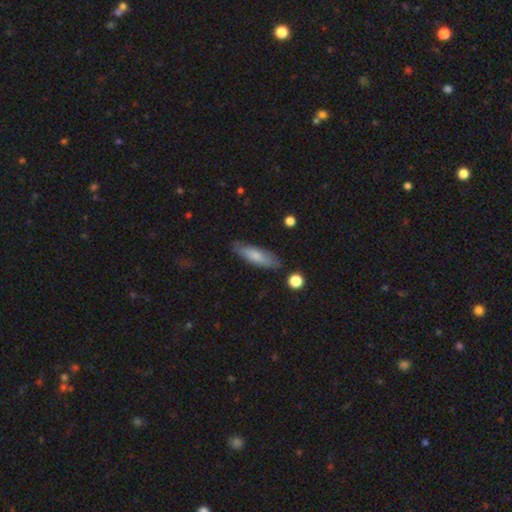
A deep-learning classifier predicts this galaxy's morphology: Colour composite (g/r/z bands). It shows a smooth galaxy with no disk features (72%) that is cigar-shaped (58%). Merging: none (82%).